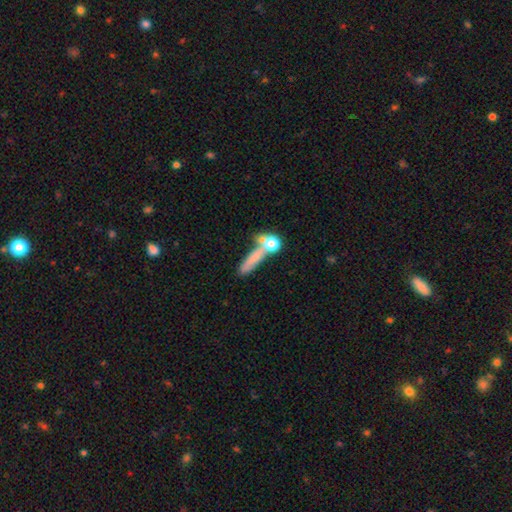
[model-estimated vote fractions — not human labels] This appears to be a smooth galaxy with no disk features (61%) that is cigar-shaped (56%). Merging: none (43%).